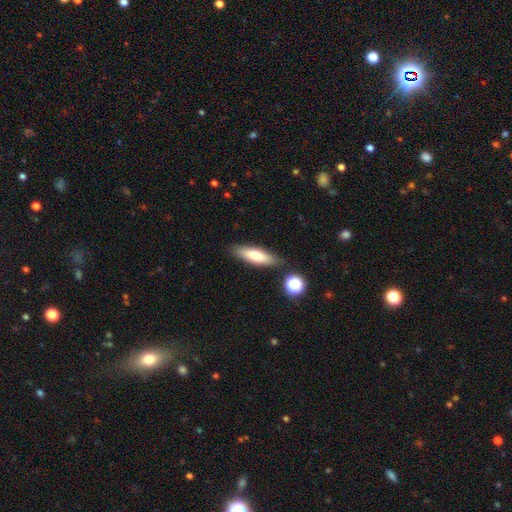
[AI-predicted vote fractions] A smooth galaxy with no disk features (69%) that is cigar-shaped (52%).

Vote fractions:
- Smooth or featured? smooth: 69% / featured or disk: 24% / star or artifact: 7%
- How rounded? cigar-shaped: 52% / in between: 46% / round: 3%
- Merging? none: 82% / minor disturbance: 11% / merger: 4% / major disturbance: 3%